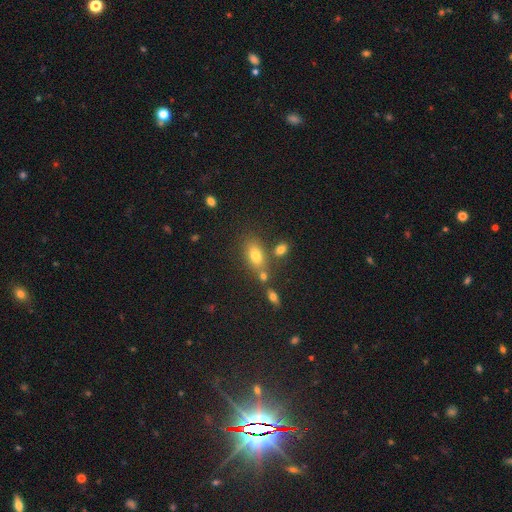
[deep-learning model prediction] A smooth galaxy with no disk features (74%) that is in between round and cigar-shaped (81%).

Vote fractions:
- Smooth or featured? smooth: 74% / featured or disk: 13% / star or artifact: 12%
- How rounded? in between: 81% / round: 13% / cigar-shaped: 5%
- Merging? none: 61% / merger: 20% / minor disturbance: 14% / major disturbance: 5%